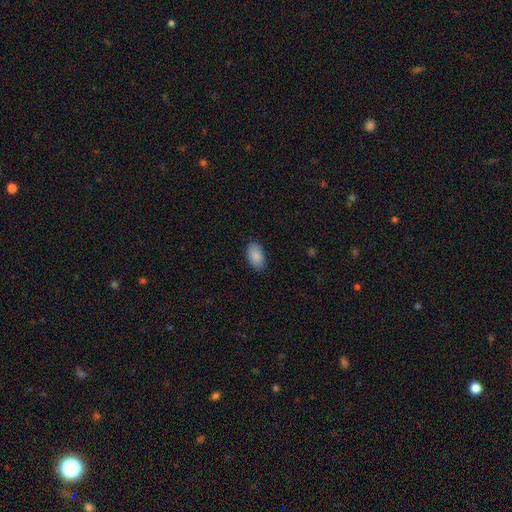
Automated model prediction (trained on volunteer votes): A smooth galaxy with no disk features (89%) that is in between round and cigar-shaped (94%).

Vote fractions:
- Smooth or featured? smooth: 89% / star or artifact: 6% / featured or disk: 5%
- How rounded? in between: 94% / round: 5% / cigar-shaped: 1%
- Merging? none: 86% / minor disturbance: 11% / major disturbance: 2% / merger: 1%